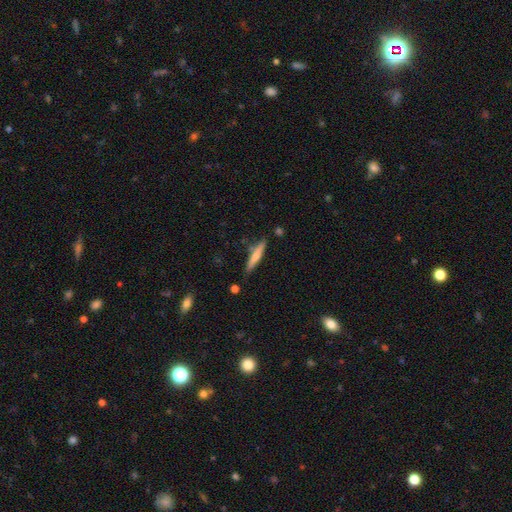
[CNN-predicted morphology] Smooth or featured? Predicted: smooth (p=0.56). How rounded? Predicted: cigar-shaped (p=0.90). Merging? Predicted: none (p=0.82).